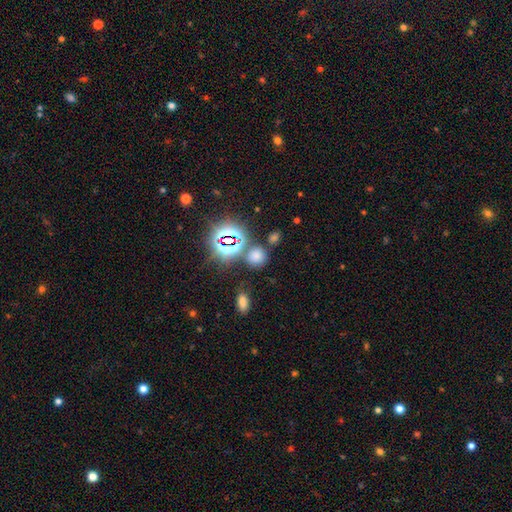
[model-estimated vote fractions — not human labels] Smooth or featured? Predicted: smooth (p=0.59). How rounded? Predicted: round (p=0.77). Merging? Predicted: none (p=0.73).